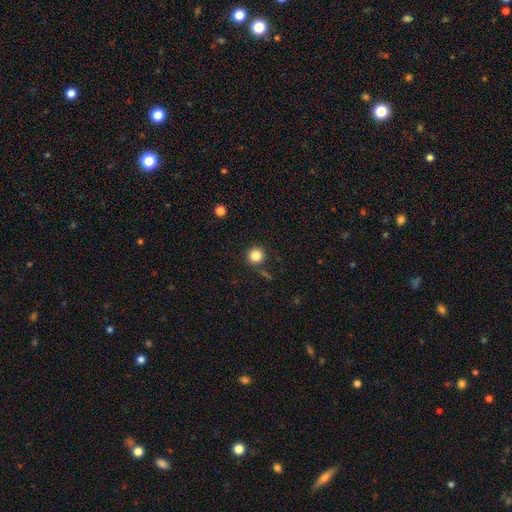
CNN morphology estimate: Smooth or featured? Predicted: smooth (p=0.84). How rounded? Predicted: round (p=0.94). Merging? Predicted: none (p=0.85).